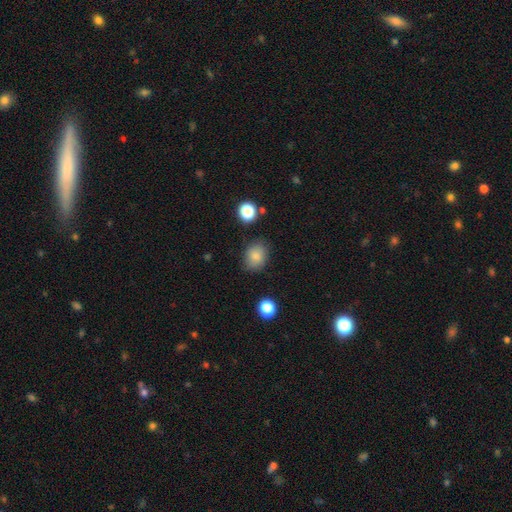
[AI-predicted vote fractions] smooth 83%, star or artifact 10%, featured or disk 7%. Down the decision tree: how rounded — in between (52%); merging — none (80%).